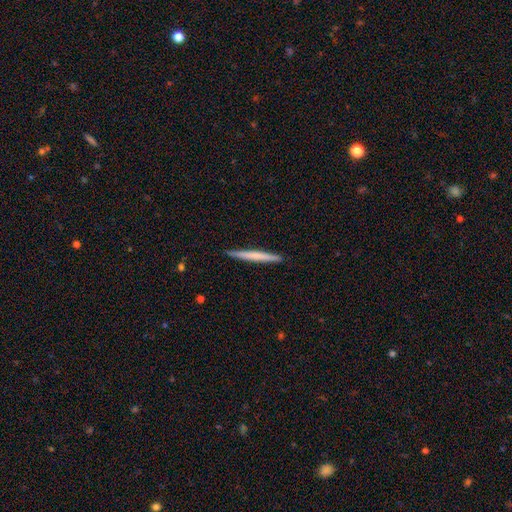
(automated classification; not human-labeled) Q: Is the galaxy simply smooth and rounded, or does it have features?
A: smooth — 61%.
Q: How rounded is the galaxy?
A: cigar-shaped — 97%.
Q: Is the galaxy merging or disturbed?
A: none — 92%.